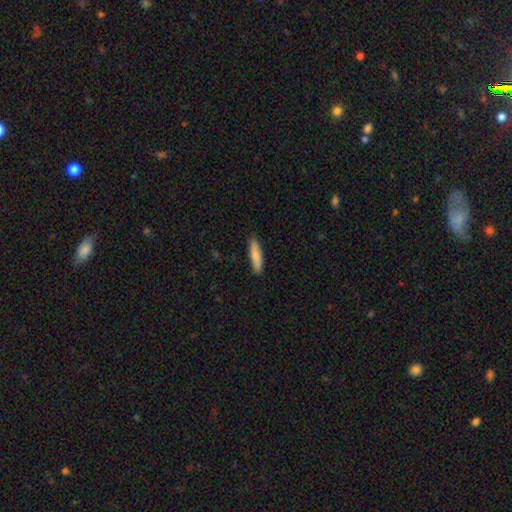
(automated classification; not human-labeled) smooth_or_featured: smooth (p=0.81) [alt: featured or disk p=0.13]
how_rounded: cigar-shaped (p=0.76) [alt: in between p=0.23]
merging: none (p=0.88) [alt: minor disturbance p=0.09]